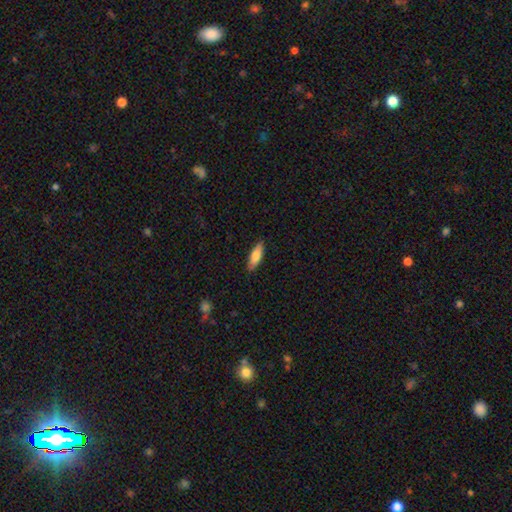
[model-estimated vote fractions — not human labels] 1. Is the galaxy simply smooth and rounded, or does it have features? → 79% smooth, 15% featured or disk, 6% star or artifact.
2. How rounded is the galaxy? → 57% in between, 41% cigar-shaped, 2% round.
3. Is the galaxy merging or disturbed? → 88% none, 9% minor disturbance, 2% major disturbance, 1% merger.